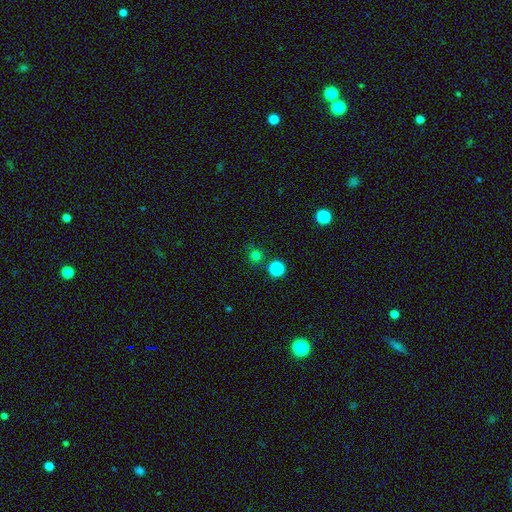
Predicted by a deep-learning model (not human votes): Smooth or featured?
  - smooth: 75% *
  - star or artifact: 21%
  - featured or disk: 4%
How rounded?
  - round: 94% *
  - in between: 5%
  - cigar-shaped: 1%
Merging?
  - none: 82% *
  - minor disturbance: 8%
  - merger: 8%
  - major disturbance: 3%